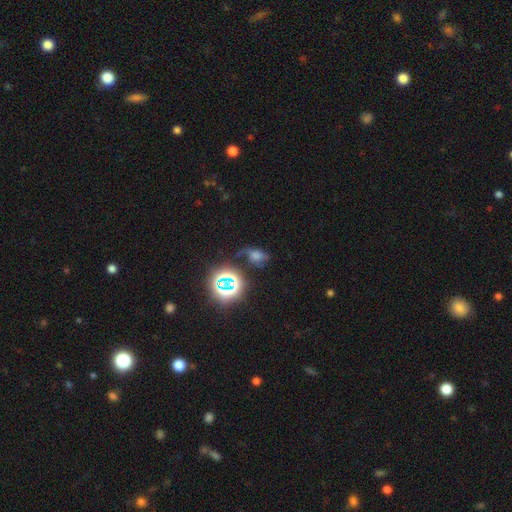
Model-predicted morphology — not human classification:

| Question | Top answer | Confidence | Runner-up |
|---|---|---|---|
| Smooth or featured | star or artifact | 39% | smooth (35%) |